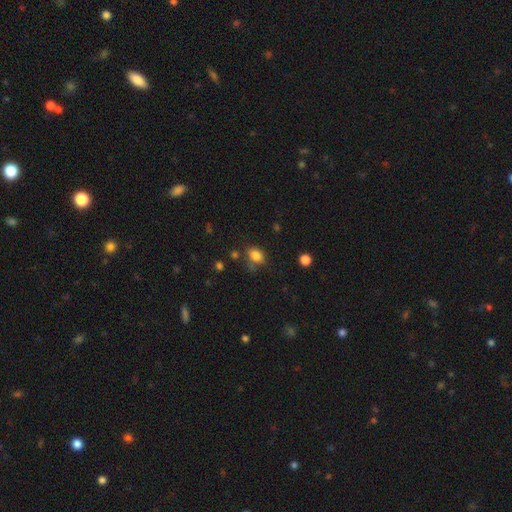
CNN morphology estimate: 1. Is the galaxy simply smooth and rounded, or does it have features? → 82% smooth, 11% star or artifact, 7% featured or disk.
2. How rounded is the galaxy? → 74% in between, 25% round, 1% cigar-shaped.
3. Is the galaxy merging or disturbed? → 64% none, 23% minor disturbance, 8% major disturbance, 5% merger.